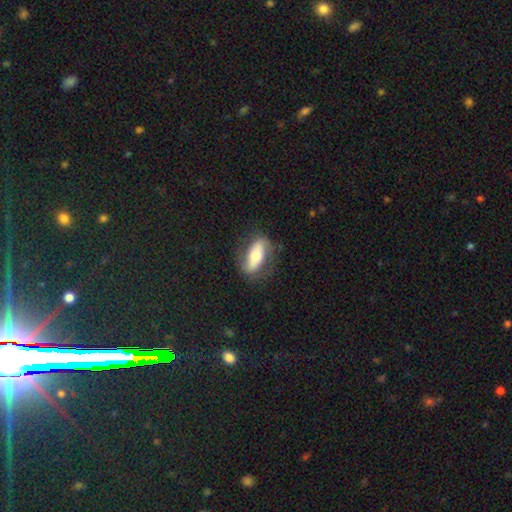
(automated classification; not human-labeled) Smooth or featured: smooth — 51% (featured or disk — 43%)
How rounded: in between — 74% (cigar-shaped — 22%)
Merging: none — 77% (minor disturbance — 16%)